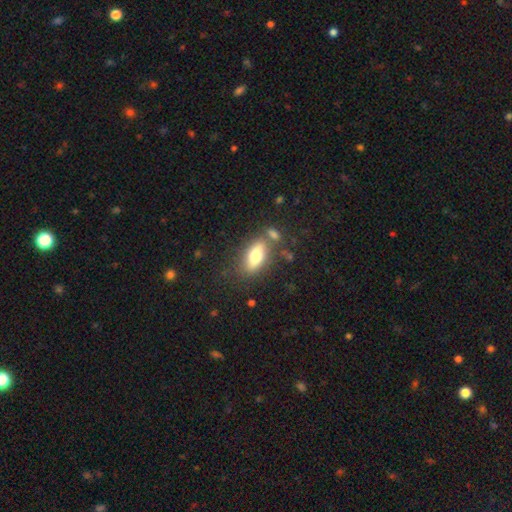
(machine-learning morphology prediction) The model was most divided on "smooth or featured": smooth: 68%, featured or disk: 24%, star or artifact: 8%. More confident: how rounded — in between (76%); merging — none (70%).